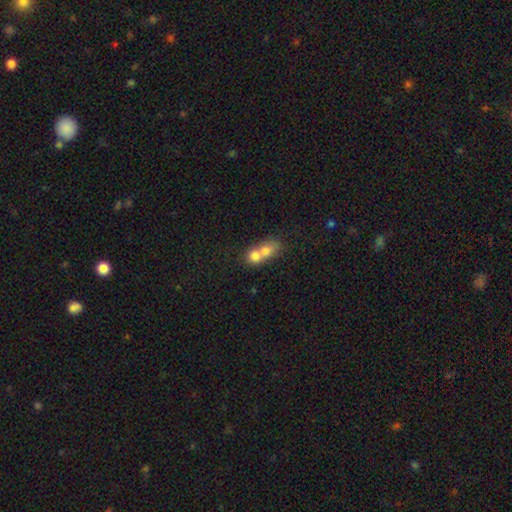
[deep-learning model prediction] smooth-or-featured: smooth: 72% | featured or disk: 19% | star or artifact: 9%
  how-rounded: round: 60% | in between: 38% | cigar-shaped: 2%
  merging: merger: 76% | none: 17% | minor disturbance: 4% | major disturbance: 3%